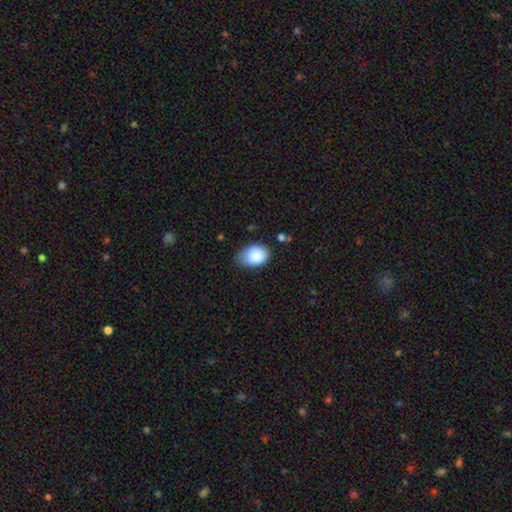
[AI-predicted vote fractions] smooth_or_featured: smooth (p=0.88) [alt: star or artifact p=0.07]
how_rounded: in between (p=0.77) [alt: round p=0.22]
merging: none (p=0.57) [alt: minor disturbance p=0.34]